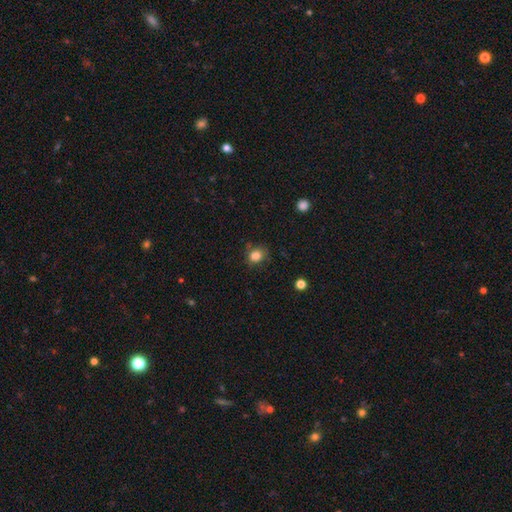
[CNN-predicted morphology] This is clearly a smooth galaxy (83%). How rounded: likely round (72%). Merging: likely none (72%).